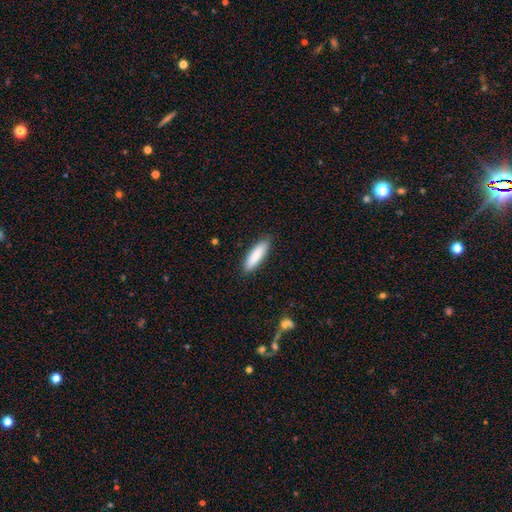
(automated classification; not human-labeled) Overall: smooth (87%). How rounded: cigar-shaped (59%; in between 40%). Merging: none (89%).